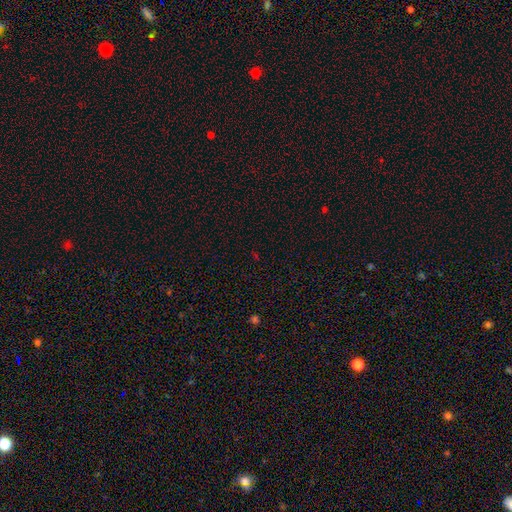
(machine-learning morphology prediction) A star or artifact, not a galaxy (66%).